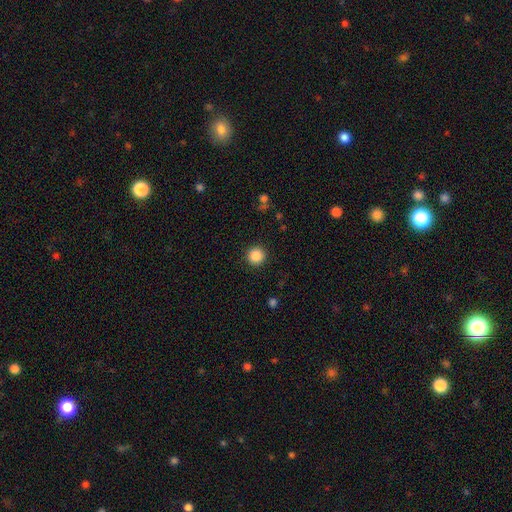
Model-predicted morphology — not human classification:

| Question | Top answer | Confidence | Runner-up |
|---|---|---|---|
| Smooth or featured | smooth | 87% | star or artifact (10%) |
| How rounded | round | 95% | in between (4%) |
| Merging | none | 92% | minor disturbance (5%) |